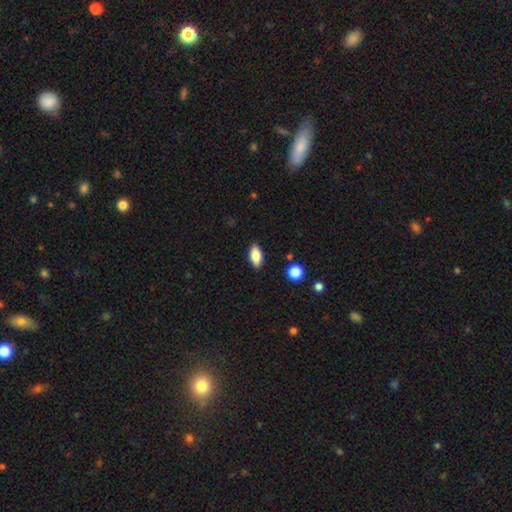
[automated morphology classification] This appears to be a smooth galaxy with no disk features (82%) that is in between round and cigar-shaped (88%). Merging: none (87%).